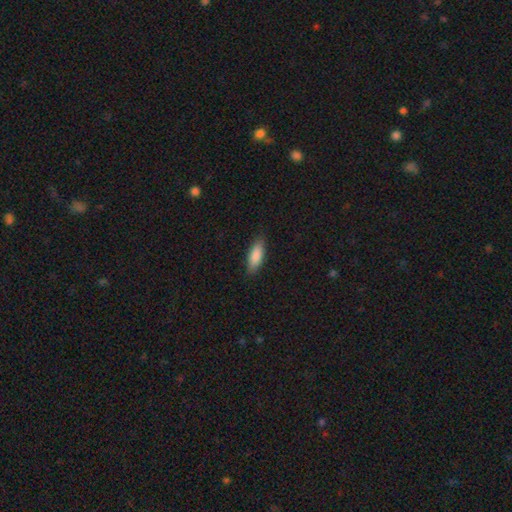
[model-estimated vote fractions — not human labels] Overall: smooth (87%). How rounded: in between (64%; cigar-shaped 34%). Merging: none (86%).